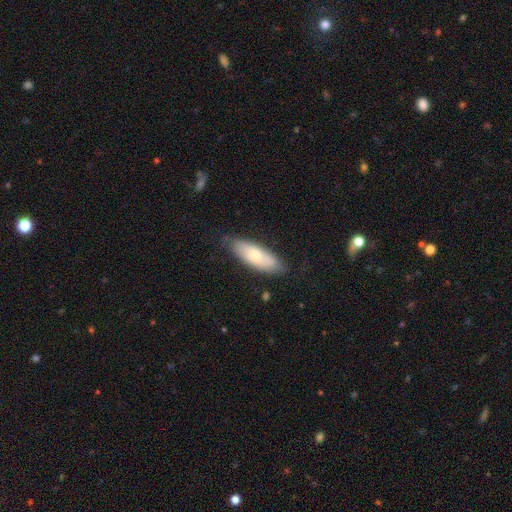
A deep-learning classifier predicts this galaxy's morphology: Smooth or featured? smooth (69%)
How rounded? in between (66%)
Merging? none (76%)